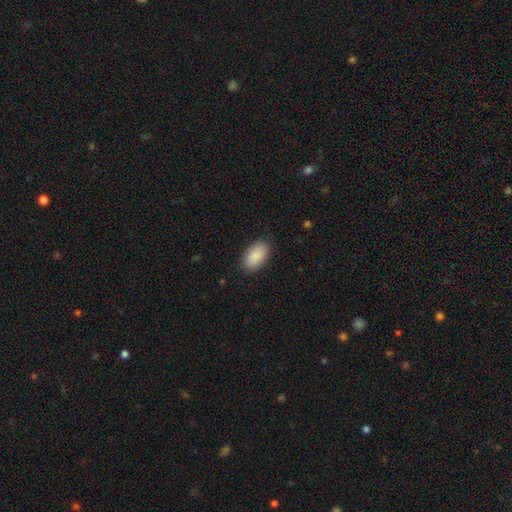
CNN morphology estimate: A smooth galaxy with no disk features (89%) that is in between round and cigar-shaped (95%).

Vote fractions:
- Smooth or featured? smooth: 89% / star or artifact: 6% / featured or disk: 5%
- How rounded? in between: 95% / round: 4% / cigar-shaped: 2%
- Merging? none: 87% / minor disturbance: 10% / major disturbance: 2% / merger: 1%